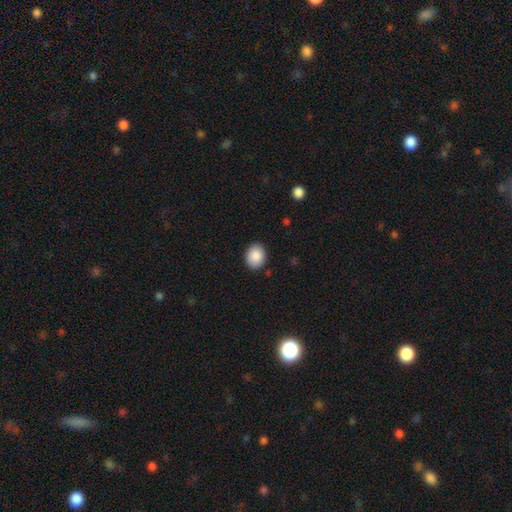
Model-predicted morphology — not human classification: Overall: smooth (87%). How rounded: in between (52%; round 47%). Merging: none (89%).